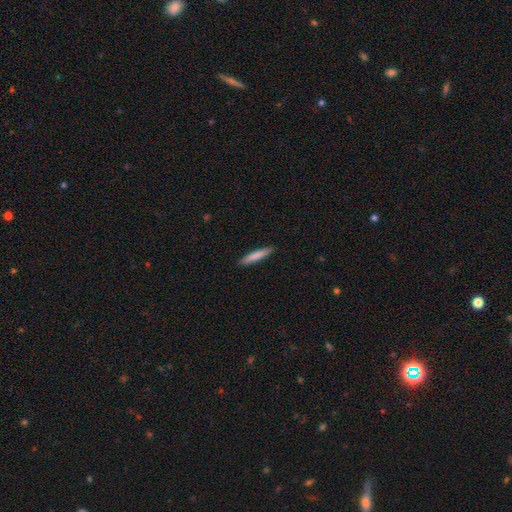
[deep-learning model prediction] Smooth or featured? Predicted: smooth (p=0.81). How rounded? Predicted: cigar-shaped (p=0.92). Merging? Predicted: none (p=0.91).